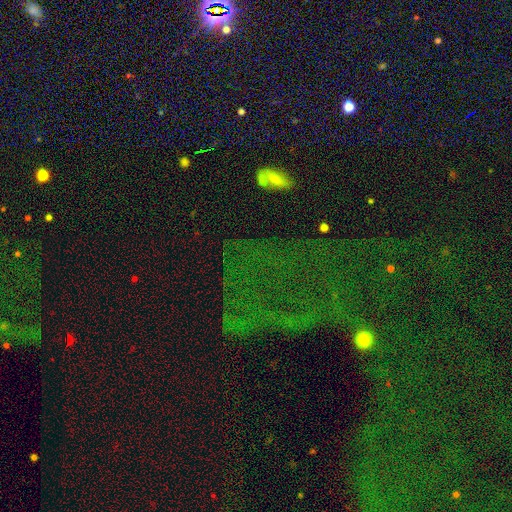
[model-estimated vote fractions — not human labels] smooth-or-featured: star or artifact: 76% | smooth: 13% | featured or disk: 11%